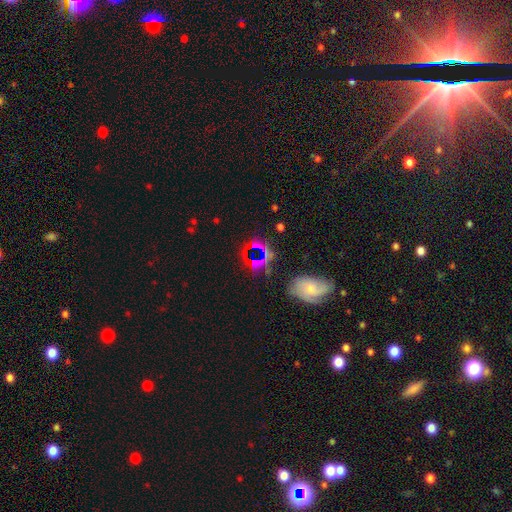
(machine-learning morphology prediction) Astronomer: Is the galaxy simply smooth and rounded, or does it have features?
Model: star or artifact — 57%.